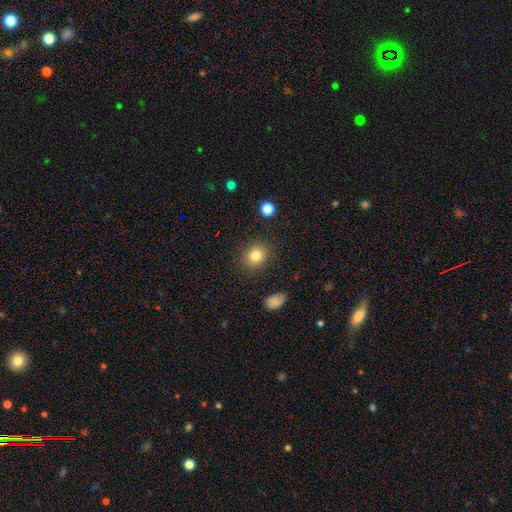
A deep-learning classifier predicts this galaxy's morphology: Smooth or featured?
  - smooth: 83% *
  - star or artifact: 11%
  - featured or disk: 7%
How rounded?
  - round: 70% *
  - in between: 29%
  - cigar-shaped: 1%
Merging?
  - none: 87% *
  - minor disturbance: 8%
  - major disturbance: 3%
  - merger: 2%